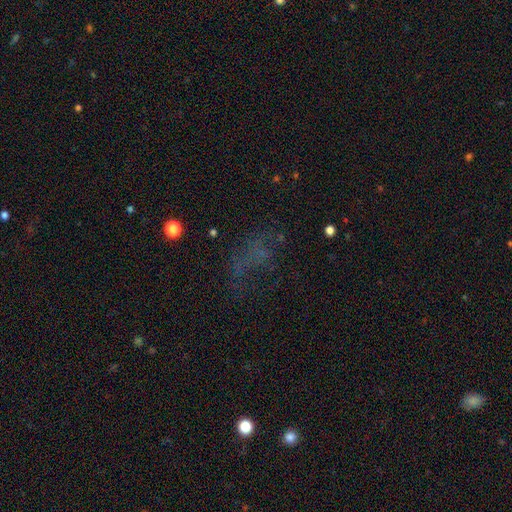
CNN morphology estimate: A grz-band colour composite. It shows a star or artifact, not a galaxy (37%).